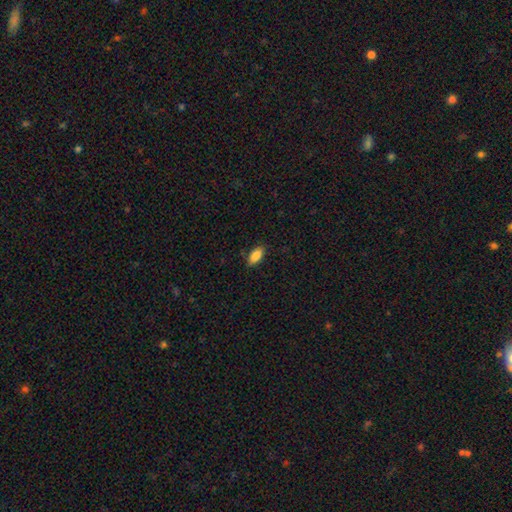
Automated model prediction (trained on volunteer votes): This appears to be a smooth galaxy with no disk features (88%) that is in between round and cigar-shaped (92%). Merging: none (85%).